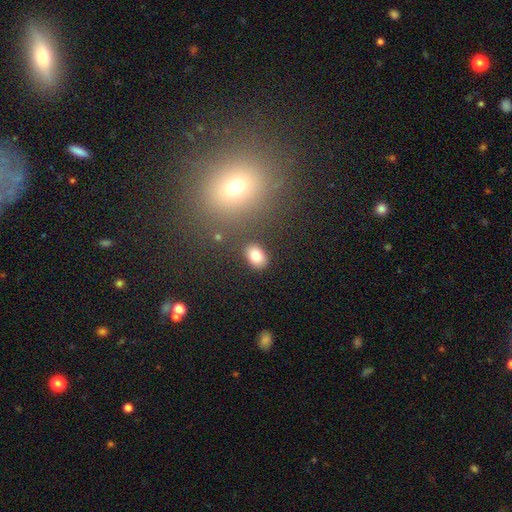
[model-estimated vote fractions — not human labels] Q: Smooth or featured?
A: smooth (82%); runner-up: star or artifact (10%)
Q: How rounded?
A: in between (75%); runner-up: round (24%)
Q: Merging?
A: none (83%); runner-up: minor disturbance (10%)